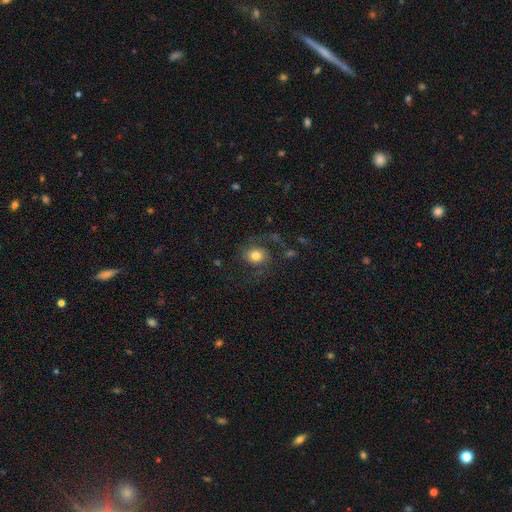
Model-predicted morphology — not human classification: A featured or disk galaxy (55%) with no bar (74%), spiral arms (89%) and a moderate central bulge (55%). Merging: none (63%).